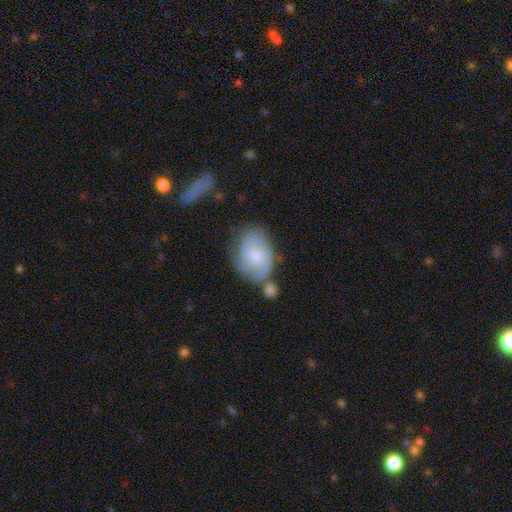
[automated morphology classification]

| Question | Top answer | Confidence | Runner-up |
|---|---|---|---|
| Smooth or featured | featured or disk | 52% | smooth (41%) |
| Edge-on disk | no | 96% | yes (4%) |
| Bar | no | 75% | weak (23%) |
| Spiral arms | yes | 82% | no (18%) |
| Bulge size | small | 58% | moderate (35%) |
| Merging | none | 53% | minor disturbance (24%) |